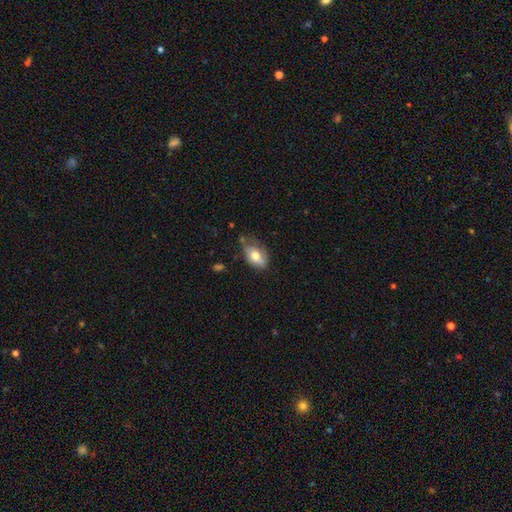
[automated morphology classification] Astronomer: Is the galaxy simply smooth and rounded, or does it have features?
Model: smooth — 67%.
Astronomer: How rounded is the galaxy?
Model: in between — 88%.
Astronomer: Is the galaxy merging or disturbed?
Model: none — 53% (runner-up: minor disturbance, 33%).